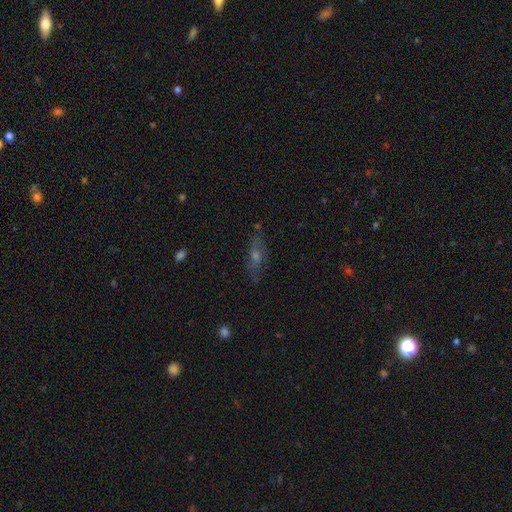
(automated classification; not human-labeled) This appears to be a featured or disk galaxy (50%). Merging: none (78%).